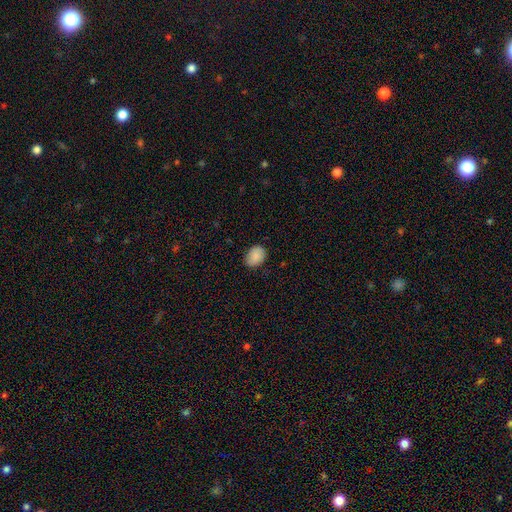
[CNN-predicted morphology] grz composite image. It shows a smooth galaxy with no disk features (88%) that is in between round and cigar-shaped (74%). Merging: none (84%).